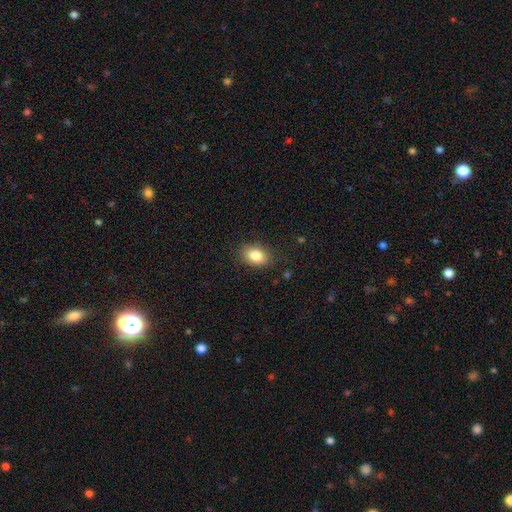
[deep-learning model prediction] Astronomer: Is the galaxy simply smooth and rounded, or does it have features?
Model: smooth — 84%.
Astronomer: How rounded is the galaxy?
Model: in between — 82%.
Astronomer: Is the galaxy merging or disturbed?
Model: none — 83%.